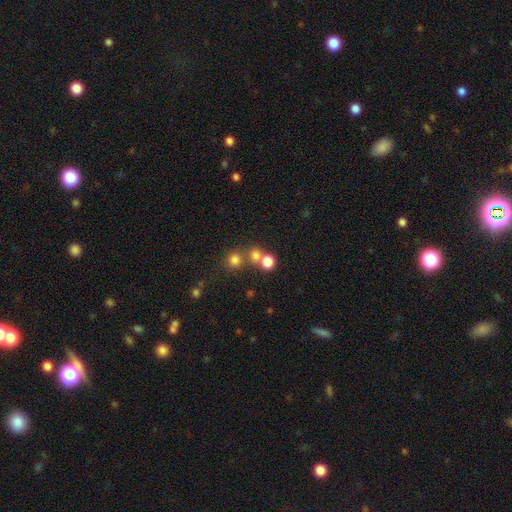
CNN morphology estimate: A smooth galaxy with no disk features (75%) that is round (85%). Merging: none (57%).